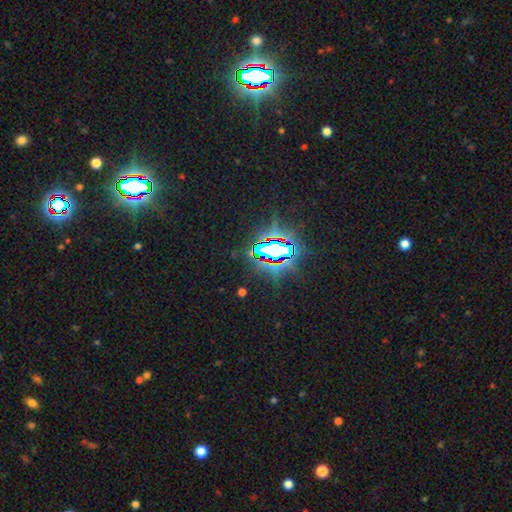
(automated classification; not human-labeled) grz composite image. It shows a star or artifact, not a galaxy (78%).